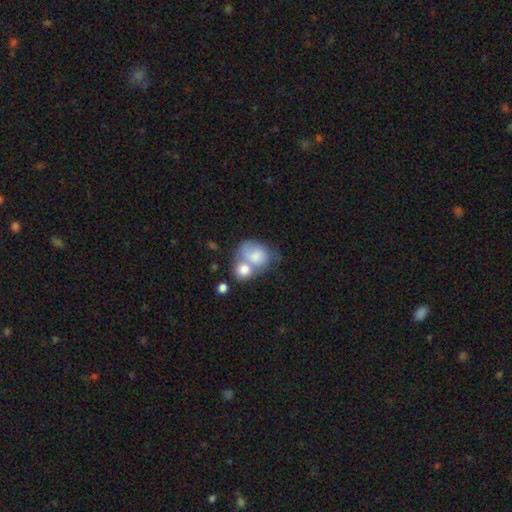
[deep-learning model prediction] This is likely a smooth galaxy (71%). How rounded: possibly in between (57%). Merging: possibly merger (60%).